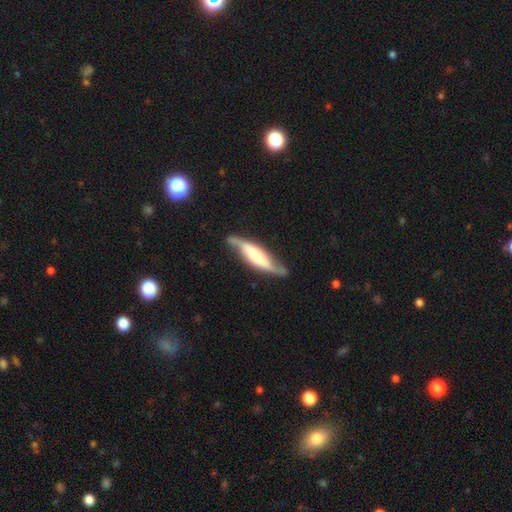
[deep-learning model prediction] The model was most divided on "edge-on disk": no: 54%, yes: 46%. More confident: smooth or featured — featured or disk (71%); merging — none (68%).